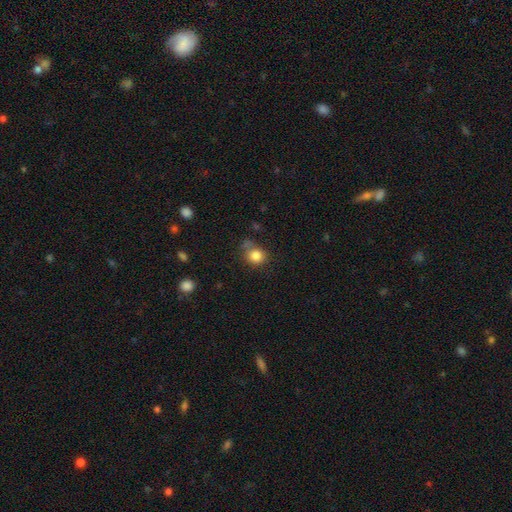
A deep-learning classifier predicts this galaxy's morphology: This is clearly a smooth galaxy (83%). How rounded: likely round (80%). Merging: likely none (63%).